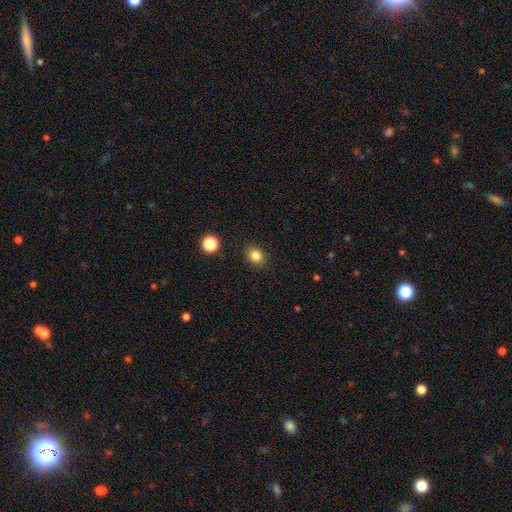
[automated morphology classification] A smooth galaxy with no disk features (84%) that is round (60%).

Vote fractions:
- Smooth or featured? smooth: 84% / star or artifact: 12% / featured or disk: 5%
- How rounded? round: 60% / in between: 39% / cigar-shaped: 1%
- Merging? none: 89% / minor disturbance: 8% / major disturbance: 2% / merger: 1%